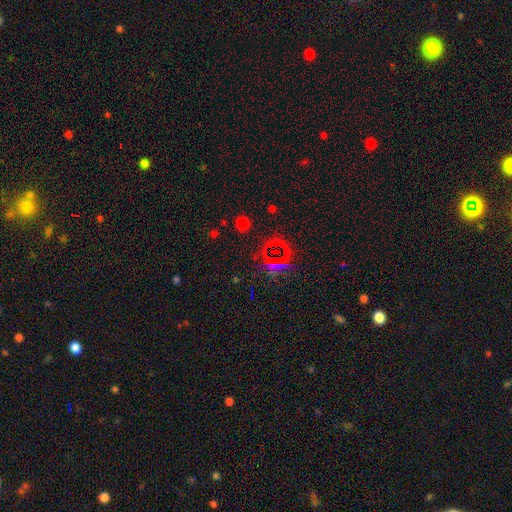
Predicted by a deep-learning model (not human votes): Smooth or featured?
  - star or artifact: 66% *
  - smooth: 25%
  - featured or disk: 9%